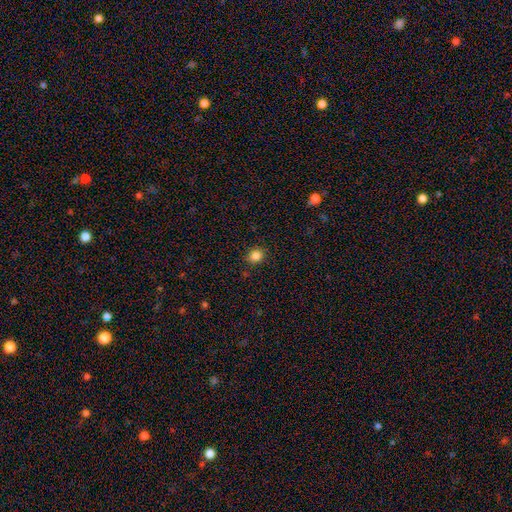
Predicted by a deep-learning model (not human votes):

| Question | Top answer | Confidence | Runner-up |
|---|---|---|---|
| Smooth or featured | smooth | 84% | star or artifact (12%) |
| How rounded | round | 80% | in between (19%) |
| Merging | none | 88% | minor disturbance (8%) |